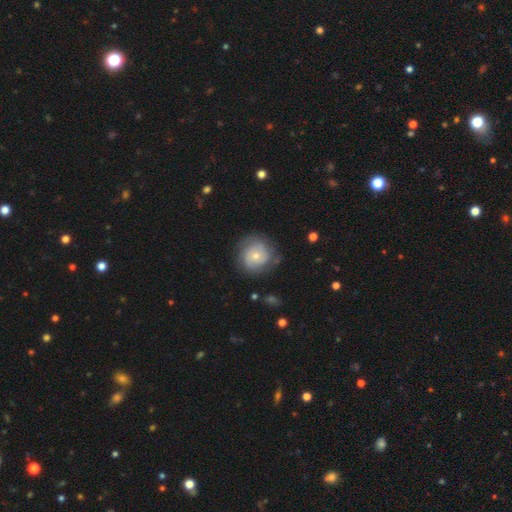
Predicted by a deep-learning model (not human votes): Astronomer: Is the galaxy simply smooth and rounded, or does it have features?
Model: featured or disk — 59% (runner-up: smooth, 34%).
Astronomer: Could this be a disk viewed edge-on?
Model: no — 97%.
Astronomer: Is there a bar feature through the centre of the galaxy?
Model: no — 79%.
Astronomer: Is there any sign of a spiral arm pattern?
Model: yes — 83%.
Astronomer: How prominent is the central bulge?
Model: small — 56% (runner-up: moderate, 39%).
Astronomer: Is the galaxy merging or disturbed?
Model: none — 75%.